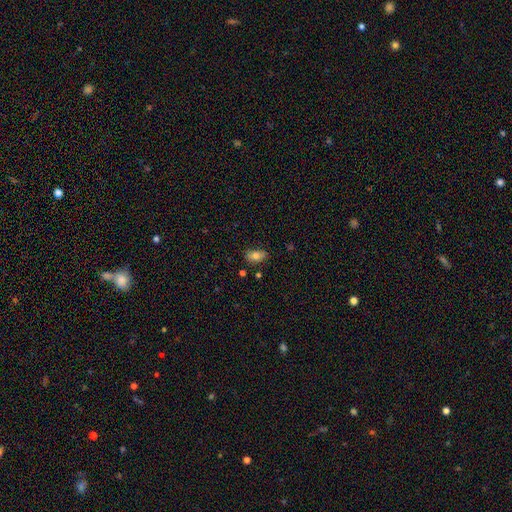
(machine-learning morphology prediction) A smooth galaxy with no disk features (78%) that is in between round and cigar-shaped (88%). Merging: none (76%).